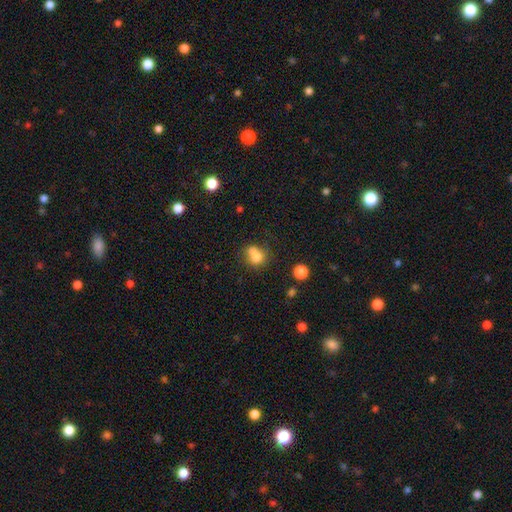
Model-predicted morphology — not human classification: Overall: smooth (73%). How rounded: round (74%). Merging: merger (53%; none 34%).